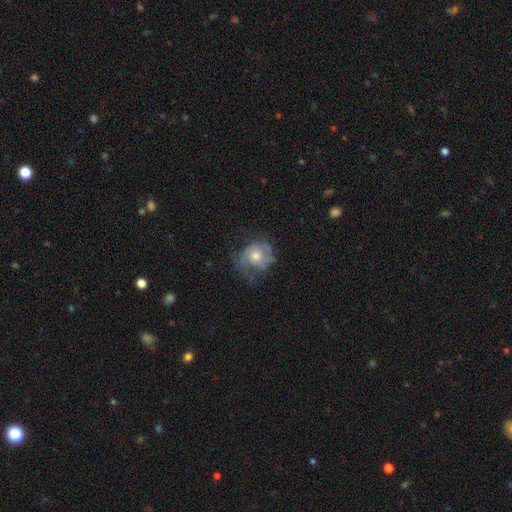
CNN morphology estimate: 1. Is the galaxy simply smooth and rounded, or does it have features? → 56% featured or disk, 35% smooth, 9% star or artifact.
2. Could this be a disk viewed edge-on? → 97% no, 3% yes.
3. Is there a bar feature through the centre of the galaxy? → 83% no, 15% weak, 3% strong.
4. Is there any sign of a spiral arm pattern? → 65% yes, 35% no.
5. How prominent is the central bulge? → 66% moderate, 20% small, 11% large, 2% none, 1% dominant.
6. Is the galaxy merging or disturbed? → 52% none, 26% minor disturbance, 21% major disturbance, 2% merger.